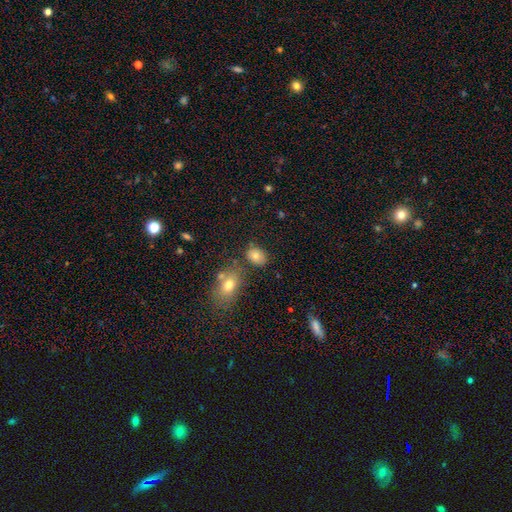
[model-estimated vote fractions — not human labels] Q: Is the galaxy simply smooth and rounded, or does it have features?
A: smooth — 79%.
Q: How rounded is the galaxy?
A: in between — 71%.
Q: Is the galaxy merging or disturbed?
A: none — 72%.